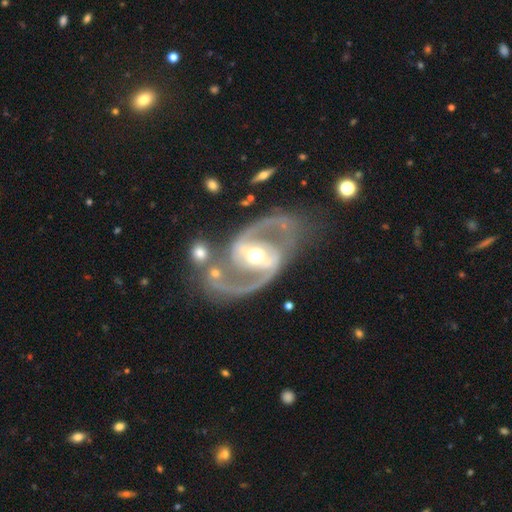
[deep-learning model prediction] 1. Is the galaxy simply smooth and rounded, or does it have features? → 92% featured or disk, 4% star or artifact, 4% smooth.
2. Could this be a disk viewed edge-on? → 97% no, 3% yes.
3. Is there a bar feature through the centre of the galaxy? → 55% strong, 31% weak, 14% no.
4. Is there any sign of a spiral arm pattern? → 97% yes, 3% no.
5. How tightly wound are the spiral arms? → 61% medium, 22% loose, 18% tight.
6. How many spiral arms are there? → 94% 2, 2% can't tell, 1% 1, 1% 3, 1% 4, 1% more than 4.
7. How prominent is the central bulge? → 73% moderate, 16% small, 9% large, 1% dominant, 1% none.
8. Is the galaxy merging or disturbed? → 64% none, 16% minor disturbance, 10% merger, 10% major disturbance.